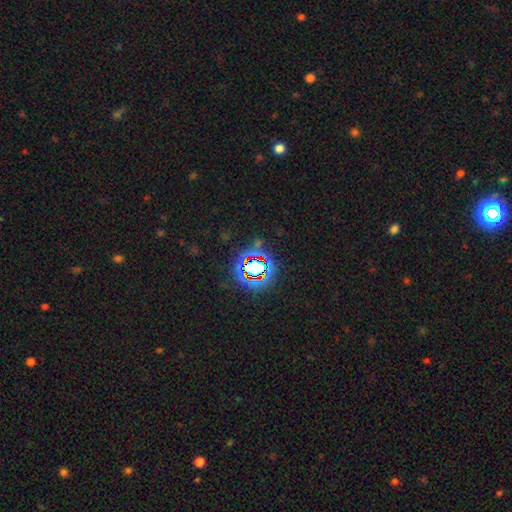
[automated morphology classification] Overall: star or artifact (77%).